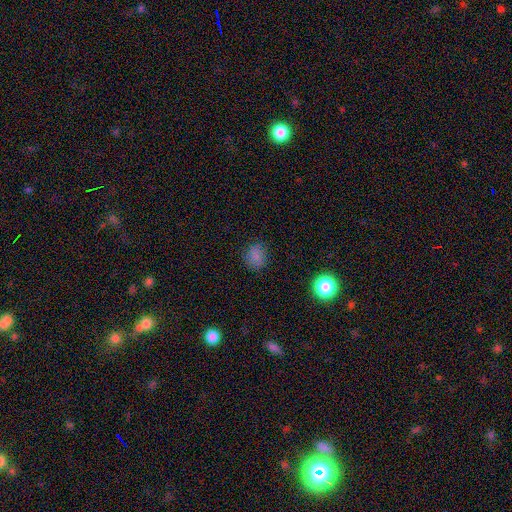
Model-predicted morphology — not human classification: Smooth or featured? Predicted: smooth (p=0.80). How rounded? Predicted: round (p=0.68). Merging? Predicted: none (p=0.81).